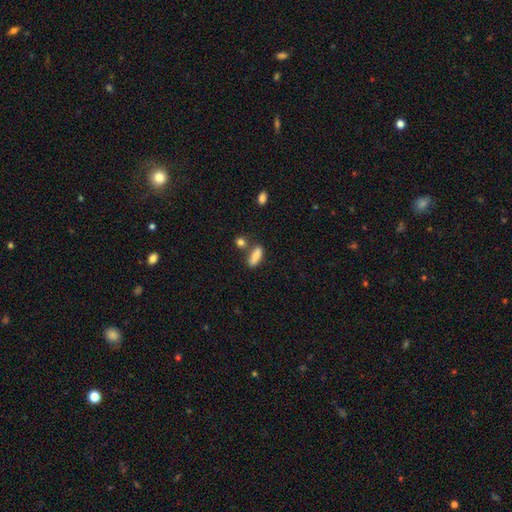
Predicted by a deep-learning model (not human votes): smooth 86%, star or artifact 8%, featured or disk 7%. Down the decision tree: how rounded — in between (53%); merging — none (66%).